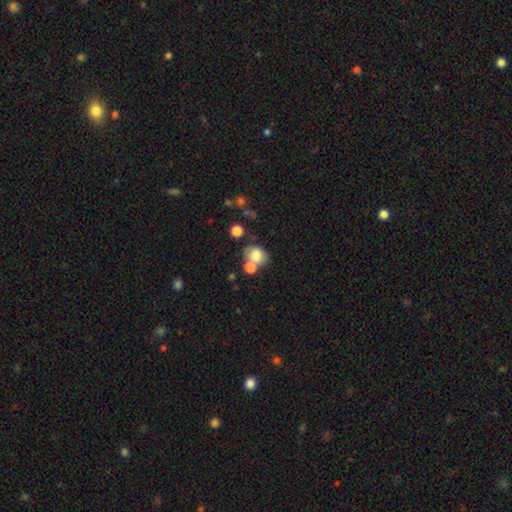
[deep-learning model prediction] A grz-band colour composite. It shows a smooth galaxy with no disk features (79%) that is round (55%). Merging: none (45%).